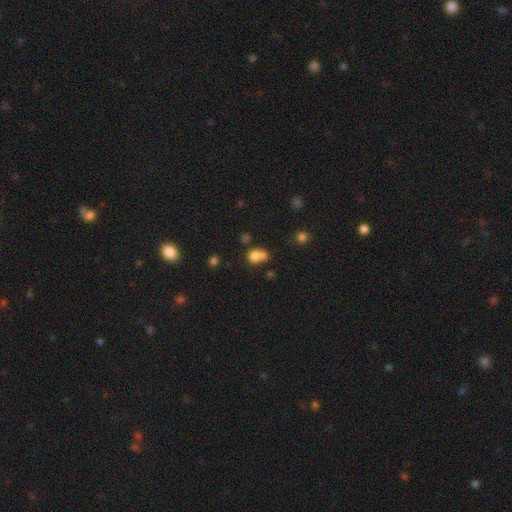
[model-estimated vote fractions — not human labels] Smooth or featured: smooth — 75% (star or artifact — 13%)
How rounded: round — 76% (in between — 23%)
Merging: merger — 52% (none — 36%)